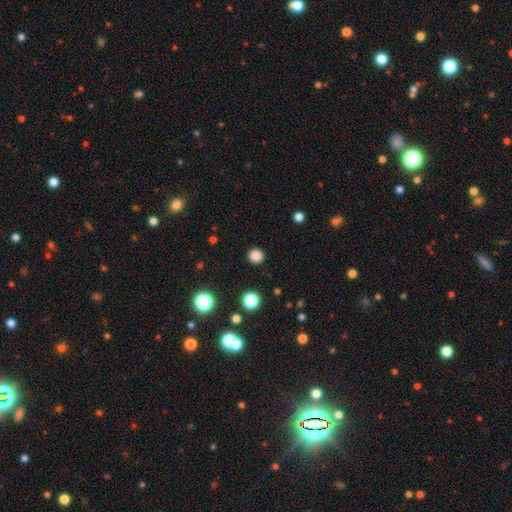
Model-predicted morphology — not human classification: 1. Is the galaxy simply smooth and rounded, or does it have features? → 84% smooth, 13% star or artifact, 3% featured or disk.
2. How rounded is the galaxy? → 95% round, 4% in between, 1% cigar-shaped.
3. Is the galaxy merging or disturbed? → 92% none, 5% minor disturbance, 2% major disturbance, 1% merger.